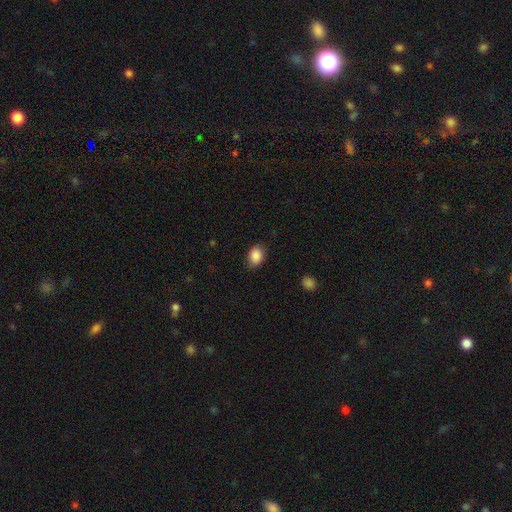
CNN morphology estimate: Q: Smooth or featured?
A: smooth (88%); runner-up: star or artifact (8%)
Q: How rounded?
A: in between (71%); runner-up: round (28%)
Q: Merging?
A: none (81%); runner-up: minor disturbance (15%)